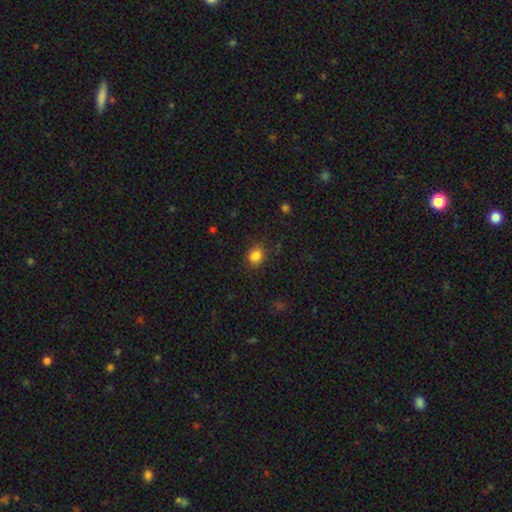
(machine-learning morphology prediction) Smooth or featured?
  - smooth: 83% *
  - star or artifact: 12%
  - featured or disk: 5%
How rounded?
  - round: 59% *
  - in between: 40%
  - cigar-shaped: 1%
Merging?
  - none: 76% *
  - minor disturbance: 17%
  - major disturbance: 5%
  - merger: 2%